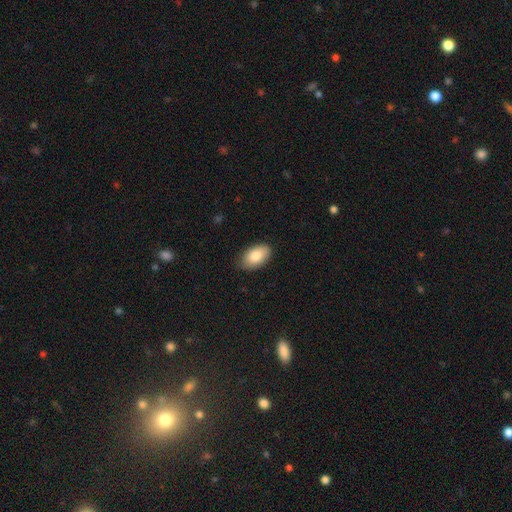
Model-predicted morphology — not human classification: Smooth or featured? Predicted: smooth (p=0.84). How rounded? Predicted: in between (p=0.94). Merging? Predicted: none (p=0.81).